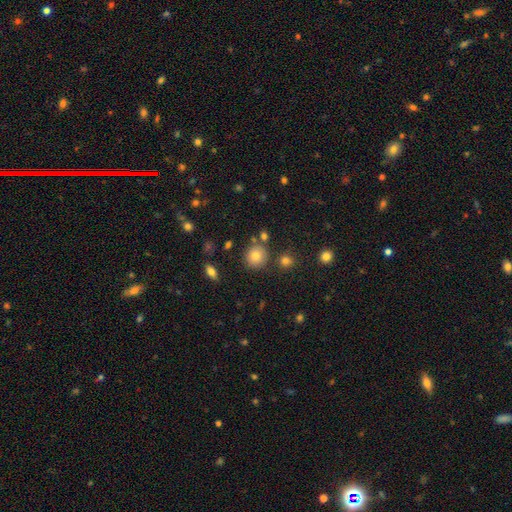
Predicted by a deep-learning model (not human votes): smooth_or_featured: smooth (p=0.79) [alt: star or artifact p=0.12]
how_rounded: round (p=0.87) [alt: in between p=0.12]
merging: none (p=0.81) [alt: minor disturbance p=0.09]